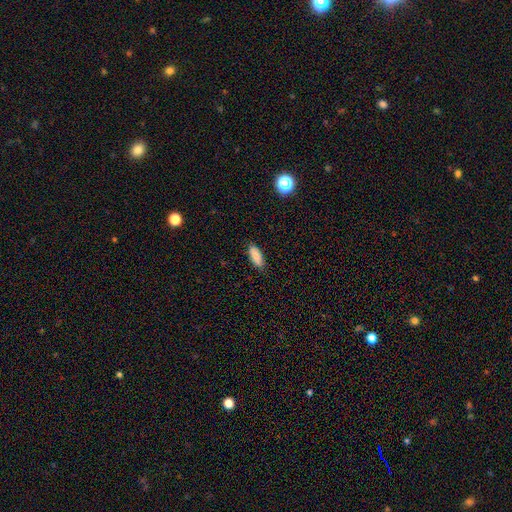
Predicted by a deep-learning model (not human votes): Q: Smooth or featured?
A: smooth (86%); runner-up: star or artifact (7%)
Q: How rounded?
A: in between (83%); runner-up: cigar-shaped (15%)
Q: Merging?
A: none (86%); runner-up: minor disturbance (11%)